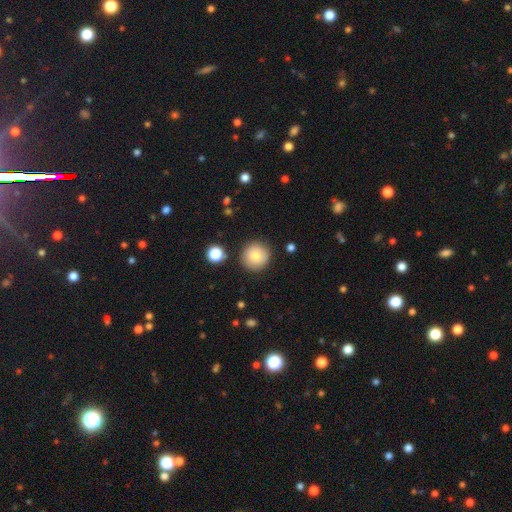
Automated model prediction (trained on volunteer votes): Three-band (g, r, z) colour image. It shows a smooth galaxy with no disk features (79%) that is round (95%). Merging: none (88%).